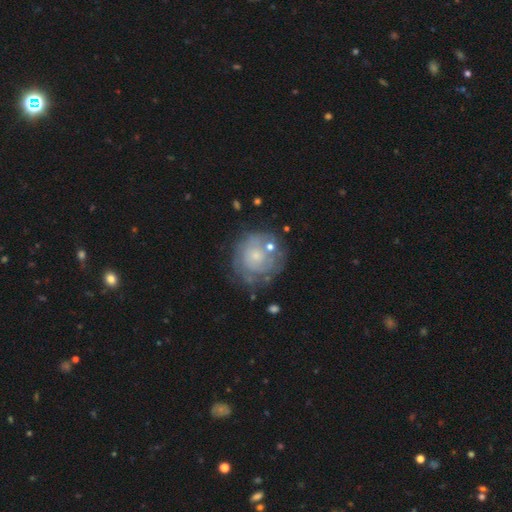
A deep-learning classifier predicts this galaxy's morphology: smooth_or_featured: featured or disk (p=0.62) [alt: smooth p=0.30]
disk_edge_on: no (p=0.98) [alt: yes p=0.02]
bar: no (p=0.83) [alt: weak p=0.15]
has_spiral_arms: yes (p=0.66) [alt: no p=0.34]
bulge_size: small (p=0.61) [alt: moderate p=0.28]
merging: none (p=0.63) [alt: minor disturbance p=0.19]